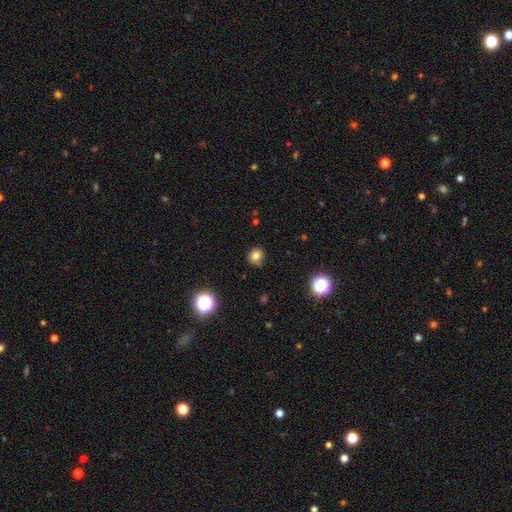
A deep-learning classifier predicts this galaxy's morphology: smooth 79%, star or artifact 15%, featured or disk 7%. Down the decision tree: how rounded — round (73%); merging — none (76%).